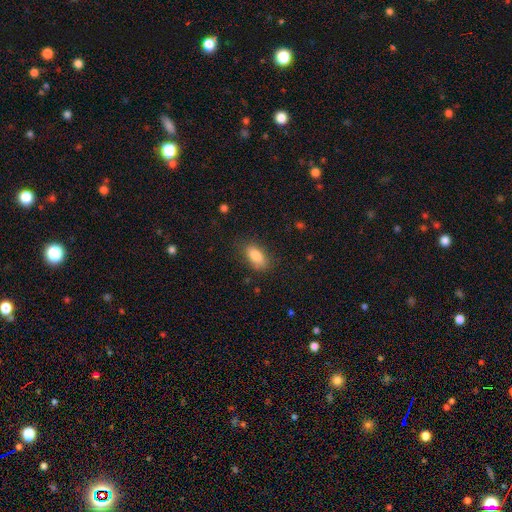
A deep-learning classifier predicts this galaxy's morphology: Smooth or featured?
  - smooth: 85% *
  - featured or disk: 8%
  - star or artifact: 8%
How rounded?
  - in between: 89% *
  - cigar-shaped: 7%
  - round: 5%
Merging?
  - none: 79% *
  - minor disturbance: 15%
  - major disturbance: 4%
  - merger: 1%